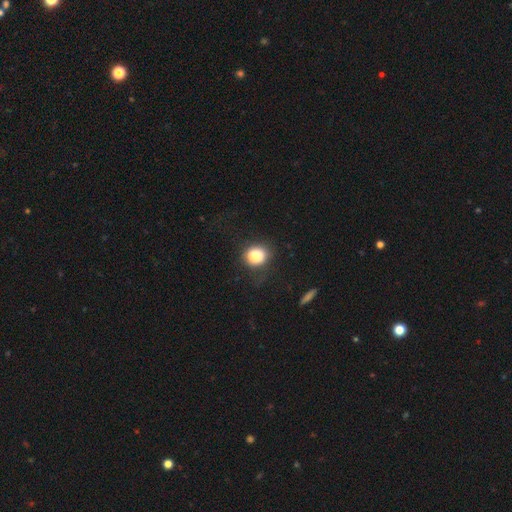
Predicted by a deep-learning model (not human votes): Smooth or featured: smooth — 84% (star or artifact — 10%)
How rounded: round — 75% (in between — 24%)
Merging: none — 72% (minor disturbance — 18%)